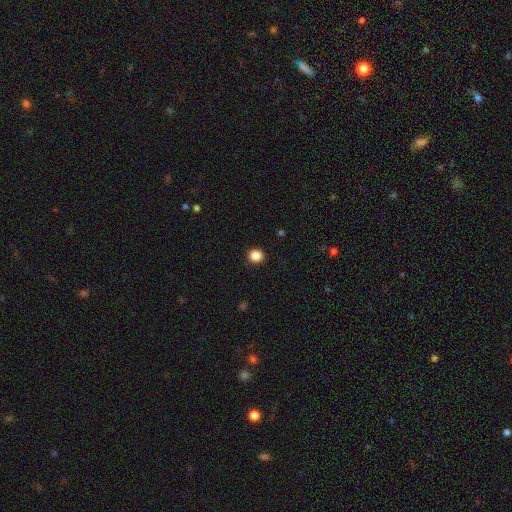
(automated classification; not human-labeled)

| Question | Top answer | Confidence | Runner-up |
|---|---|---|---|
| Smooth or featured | smooth | 87% | star or artifact (10%) |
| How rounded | round | 84% | in between (15%) |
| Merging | none | 92% | minor disturbance (6%) |